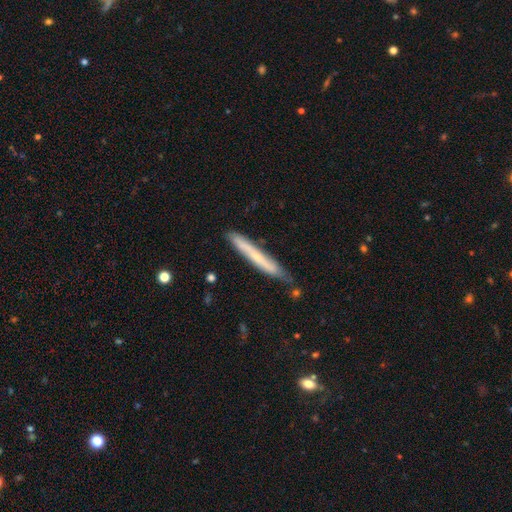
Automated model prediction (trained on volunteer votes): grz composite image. It shows a smooth galaxy with no disk features (48%). Merging: none (75%).